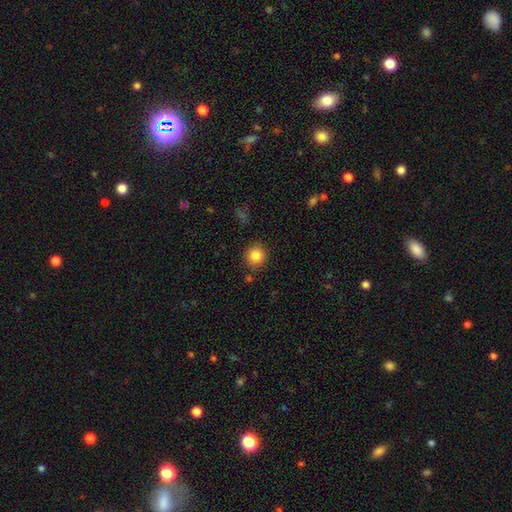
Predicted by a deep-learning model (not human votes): Smooth or featured? Predicted: smooth (p=0.84). How rounded? Predicted: round (p=0.90). Merging? Predicted: none (p=0.86).